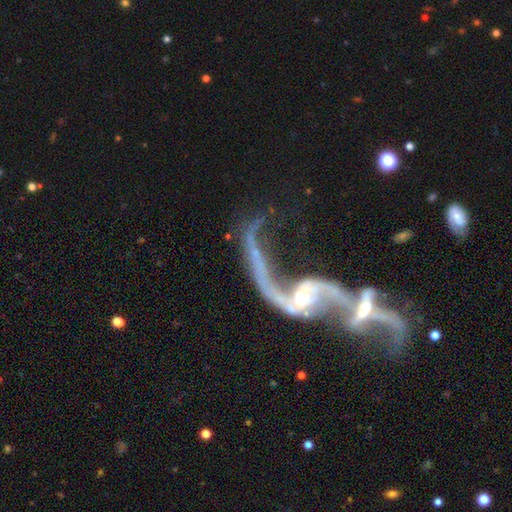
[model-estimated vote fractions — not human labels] Smooth or featured? Predicted: featured or disk (p=0.85). Edge-on disk? Predicted: no (p=0.92). Bar? Predicted: no (p=0.50). Spiral arms? Predicted: yes (p=0.85). Spiral winding? Predicted: loose (p=0.89). Spiral arm count? Predicted: 2 (p=0.78). Bulge size? Predicted: small (p=0.58). Merging? Predicted: merger (p=0.61).